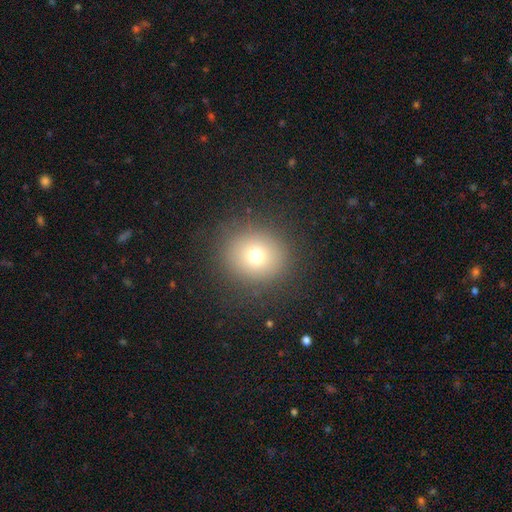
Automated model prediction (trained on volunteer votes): This is likely a smooth galaxy (72%). How rounded: clearly round (84%). Merging: clearly none (88%).